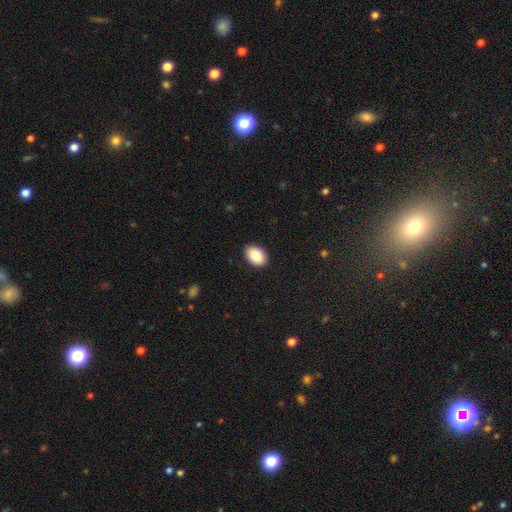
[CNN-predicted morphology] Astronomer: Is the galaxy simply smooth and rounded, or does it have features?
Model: smooth — 87%.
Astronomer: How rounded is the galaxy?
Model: in between — 85%.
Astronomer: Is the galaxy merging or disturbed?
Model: none — 90%.